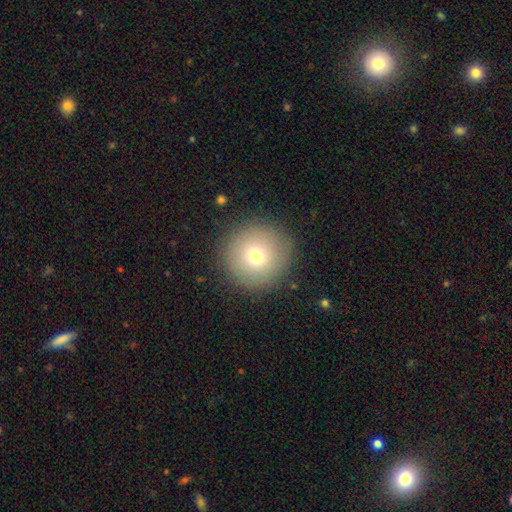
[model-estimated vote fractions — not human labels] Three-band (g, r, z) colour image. It shows a smooth galaxy with no disk features (74%) that is round (96%). Merging: none (89%).